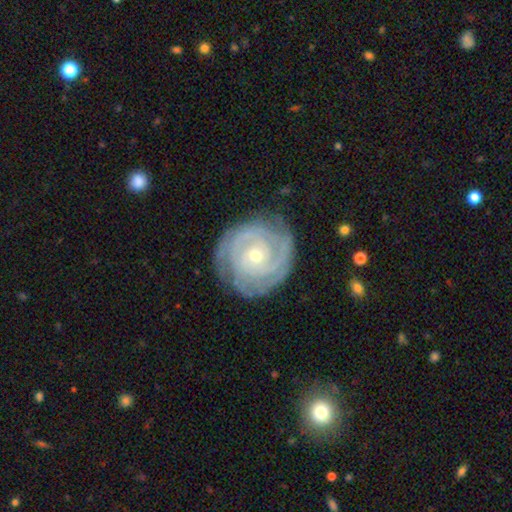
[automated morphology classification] Overall: featured or disk (88%). Edge-on disk: no (98%). Bar: no (74%). Spiral arms: yes (97%). Spiral arm count: 2 (28%; can't tell 24%). Spiral winding: tight (82%). Bulge size: small (65%; moderate 33%). Merging: none (81%).